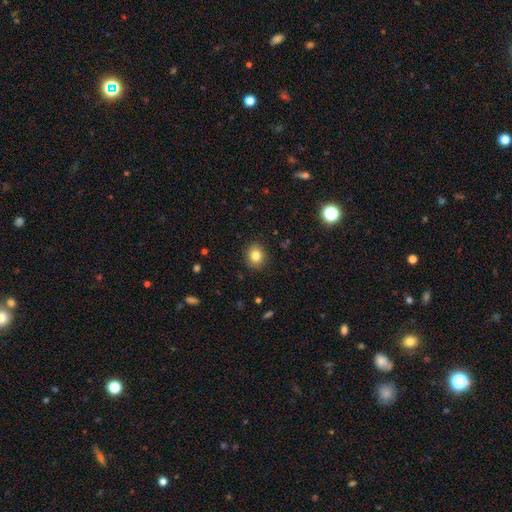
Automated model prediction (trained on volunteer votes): Overall: smooth (82%). How rounded: round (69%; in between 30%). Merging: none (90%).